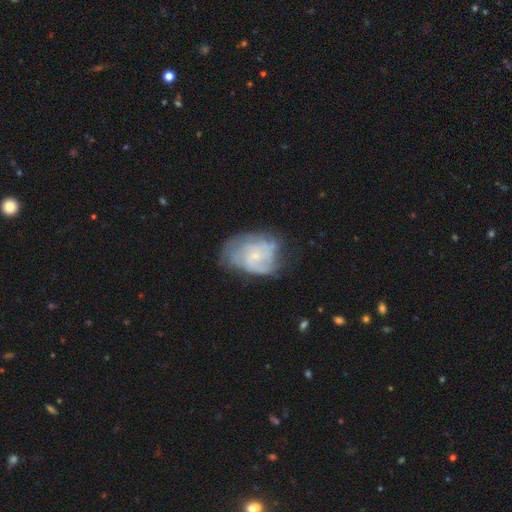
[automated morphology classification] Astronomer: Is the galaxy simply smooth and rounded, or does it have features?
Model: featured or disk — 69%.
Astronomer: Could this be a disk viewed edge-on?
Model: no — 97%.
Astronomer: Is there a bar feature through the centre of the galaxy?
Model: no — 72%.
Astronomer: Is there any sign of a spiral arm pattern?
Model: yes — 80%.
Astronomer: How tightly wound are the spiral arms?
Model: tight — 48% (runner-up: medium, 36%).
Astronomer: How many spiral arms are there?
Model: can't tell — 47%.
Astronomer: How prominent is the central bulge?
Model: small — 74%.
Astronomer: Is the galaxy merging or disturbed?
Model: none — 49% (runner-up: minor disturbance, 29%).